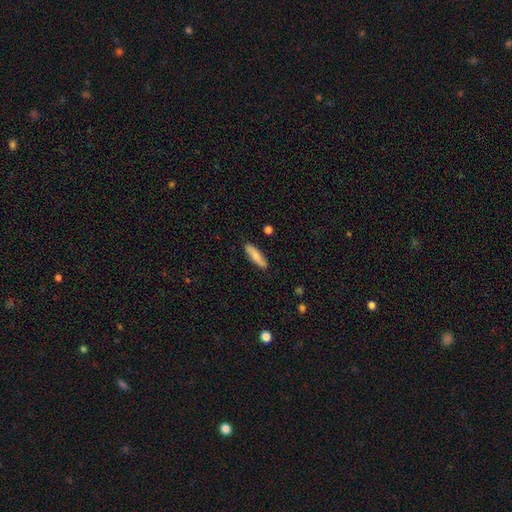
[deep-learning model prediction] Smooth or featured?
  - smooth: 77% *
  - featured or disk: 17%
  - star or artifact: 6%
How rounded?
  - cigar-shaped: 68% *
  - in between: 30%
  - round: 2%
Merging?
  - none: 87% *
  - minor disturbance: 10%
  - major disturbance: 2%
  - merger: 2%